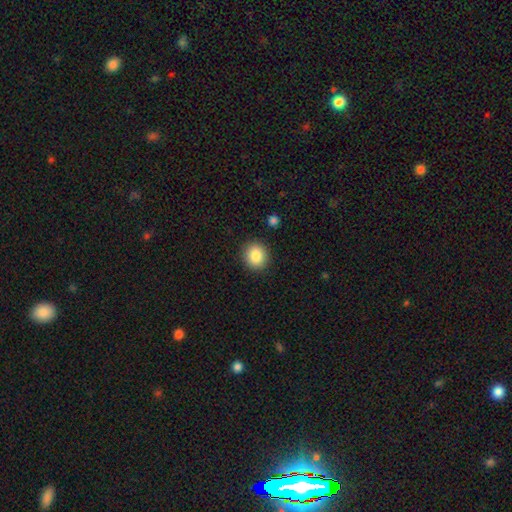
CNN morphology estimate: Smooth or featured?
  - smooth: 86% *
  - star or artifact: 9%
  - featured or disk: 5%
How rounded?
  - round: 86% *
  - in between: 13%
  - cigar-shaped: 1%
Merging?
  - none: 90% *
  - minor disturbance: 6%
  - major disturbance: 2%
  - merger: 2%